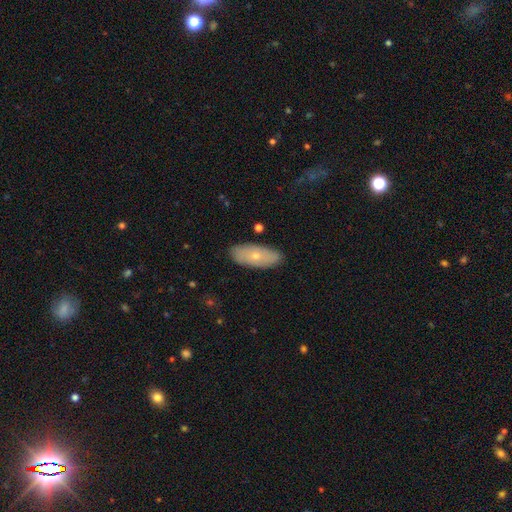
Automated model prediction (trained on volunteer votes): smooth-or-featured: smooth: 62% | featured or disk: 32% | star or artifact: 7%
  how-rounded: in between: 85% | cigar-shaped: 12% | round: 3%
  merging: none: 85% | minor disturbance: 11% | major disturbance: 2% | merger: 1%